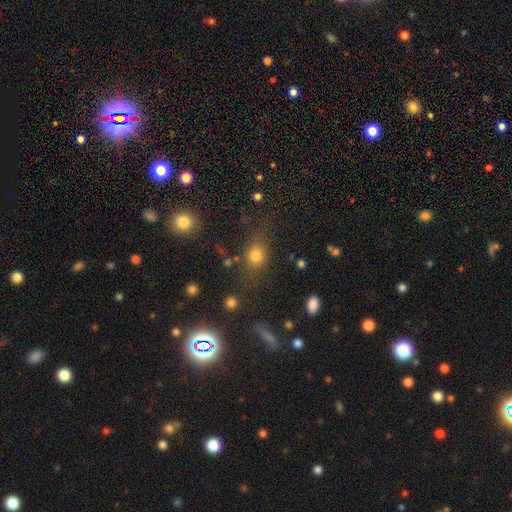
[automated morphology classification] This appears to be a smooth galaxy with no disk features (73%) that is round (53%). Merging: none (70%).